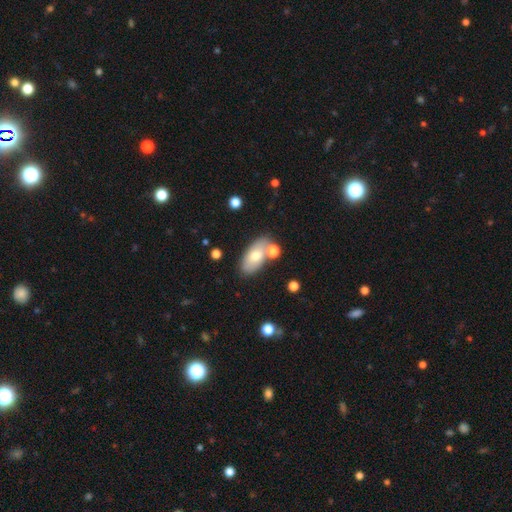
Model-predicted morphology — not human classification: This appears to be a smooth galaxy with no disk features (68%) that is in between round and cigar-shaped (90%). Merging: none (67%).